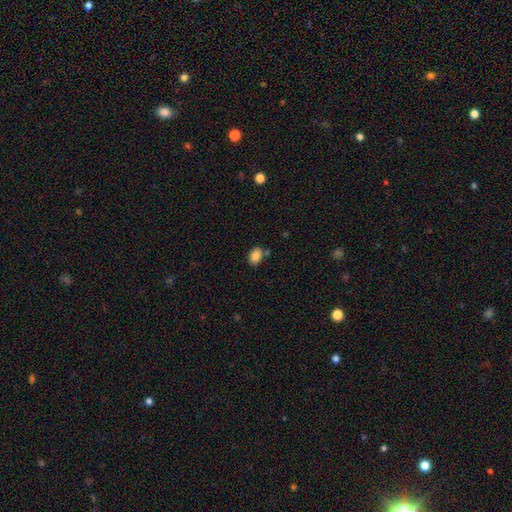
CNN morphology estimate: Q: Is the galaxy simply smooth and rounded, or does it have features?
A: smooth — 85%.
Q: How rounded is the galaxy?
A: in between — 78%.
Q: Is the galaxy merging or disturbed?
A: none — 75%.